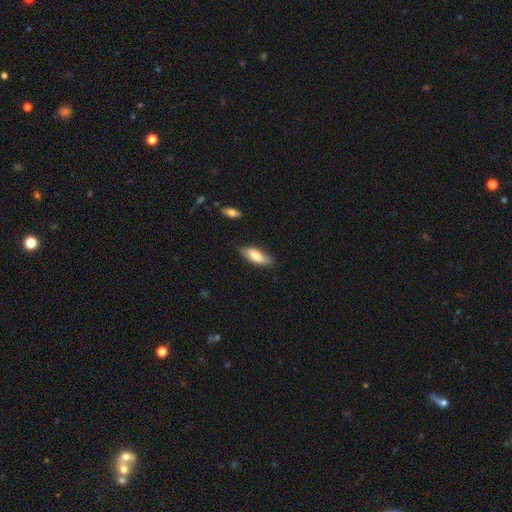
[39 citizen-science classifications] A smooth galaxy with no disk features (79%) that is in between round and cigar-shaped (71%). Merging: none (81%).